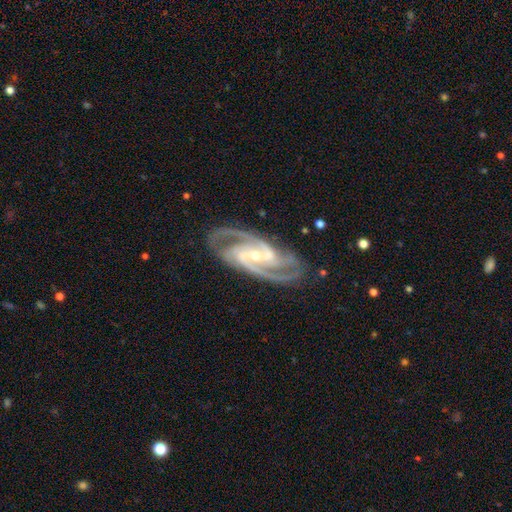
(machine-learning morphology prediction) The model was most divided on "spiral arm count": 2: 49%, 3: 33%, 4: 7%, can't tell: 5%, more than 4: 3%, 1: 3%. More confident: spiral arms — yes (99%); edge-on disk — no (97%); smooth or featured — featured or disk (93%); merging — none (80%); bulge size — small (65%); spiral winding — medium (56%); bar — strong (51%).